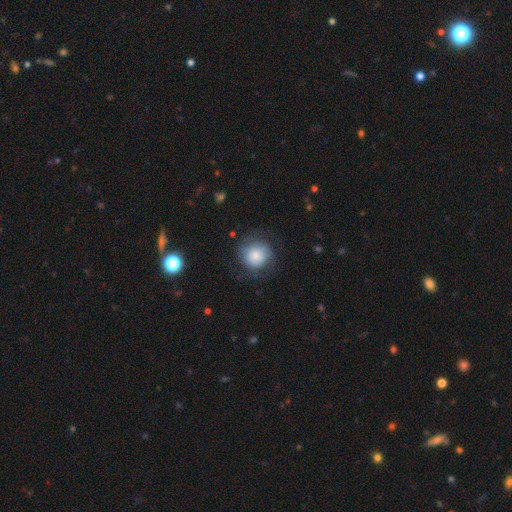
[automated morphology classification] A smooth galaxy with no disk features (75%) that is round (91%).

Vote fractions:
- Smooth or featured? smooth: 75% / featured or disk: 17% / star or artifact: 8%
- How rounded? round: 91% / in between: 8% / cigar-shaped: 1%
- Merging? none: 70% / minor disturbance: 18% / major disturbance: 10% / merger: 1%